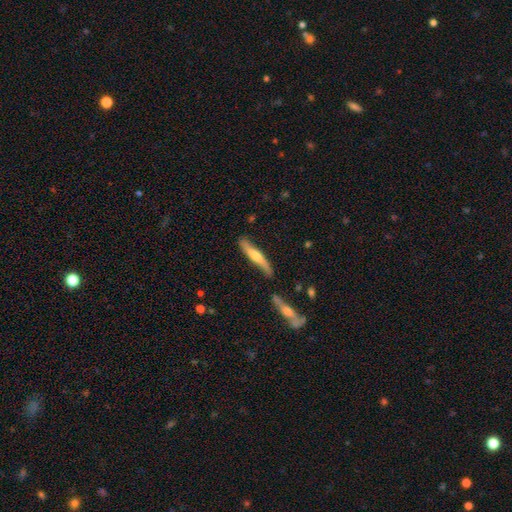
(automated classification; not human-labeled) Smooth or featured? featured or disk (55%)
Edge-on disk? yes (83%)
Merging? none (72%)